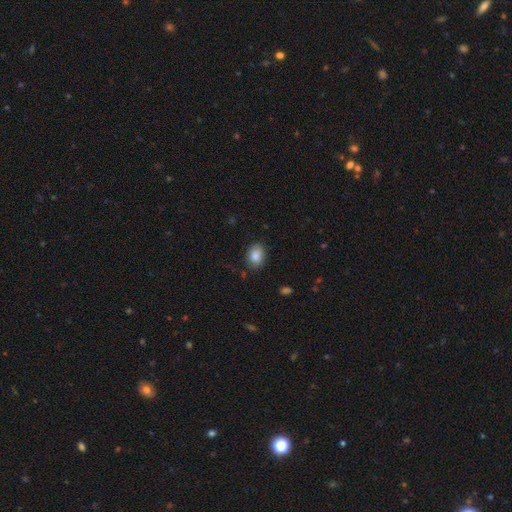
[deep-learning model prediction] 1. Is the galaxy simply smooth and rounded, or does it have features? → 85% smooth, 8% star or artifact, 6% featured or disk.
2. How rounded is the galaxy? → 66% in between, 33% round, 1% cigar-shaped.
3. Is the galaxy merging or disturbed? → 82% none, 13% minor disturbance, 3% major disturbance, 1% merger.